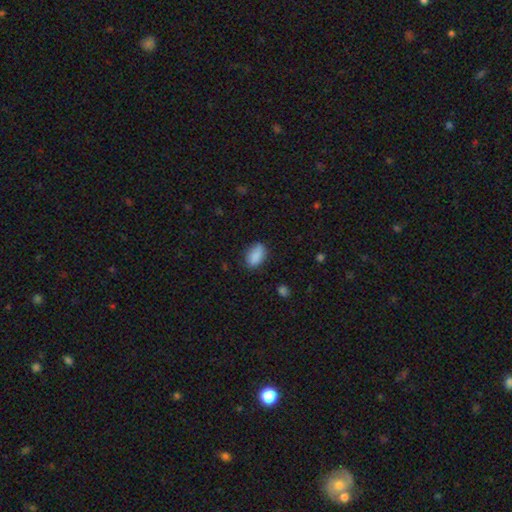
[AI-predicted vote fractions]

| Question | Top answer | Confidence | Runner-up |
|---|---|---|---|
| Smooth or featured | smooth | 88% | star or artifact (8%) |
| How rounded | in between | 90% | round (7%) |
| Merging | none | 76% | minor disturbance (19%) |